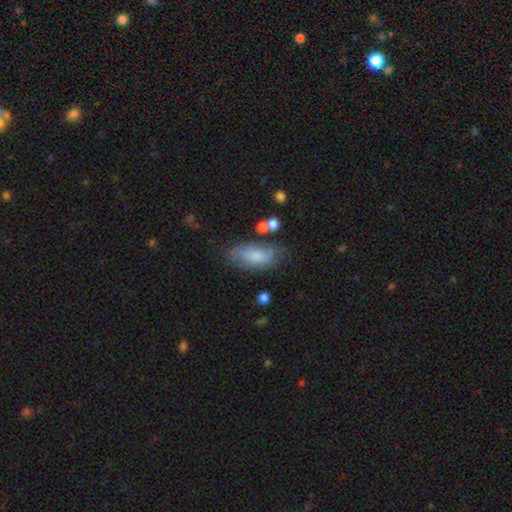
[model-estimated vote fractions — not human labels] Smooth or featured?
  - smooth: 77% *
  - featured or disk: 16%
  - star or artifact: 7%
How rounded?
  - in between: 85% *
  - cigar-shaped: 12%
  - round: 3%
Merging?
  - none: 59% *
  - minor disturbance: 26%
  - major disturbance: 9%
  - merger: 6%